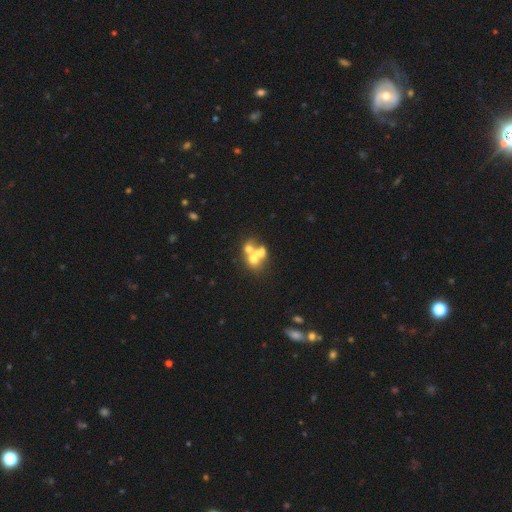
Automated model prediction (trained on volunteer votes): Smooth or featured? Predicted: smooth (p=0.46). Merging? Predicted: merger (p=0.58).